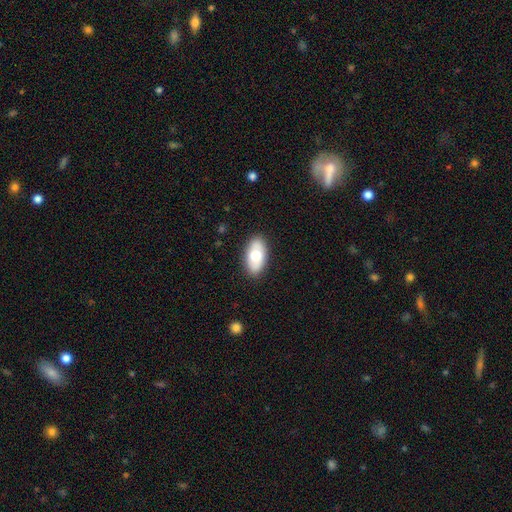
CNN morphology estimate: Q: Smooth or featured?
A: smooth (65%); runner-up: featured or disk (29%)
Q: How rounded?
A: in between (93%); runner-up: round (5%)
Q: Merging?
A: none (86%); runner-up: minor disturbance (10%)